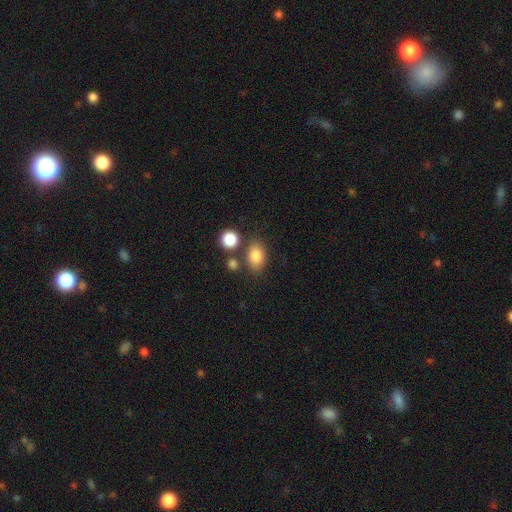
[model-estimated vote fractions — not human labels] Morphology: type=smooth (82%); roundness=in between (81%); merging=none (72%).